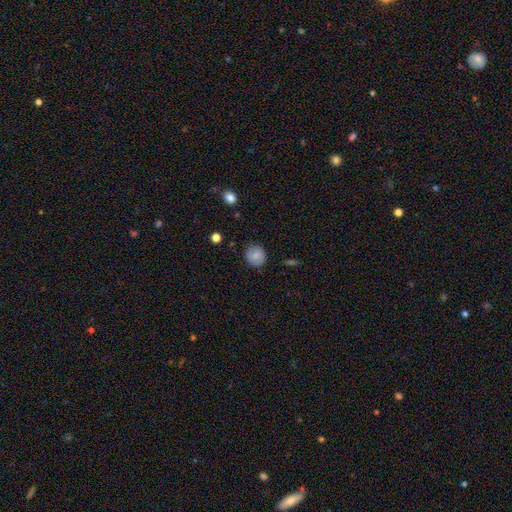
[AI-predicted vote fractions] Smooth or featured? smooth (82%)
How rounded? round (87%)
Merging? none (86%)